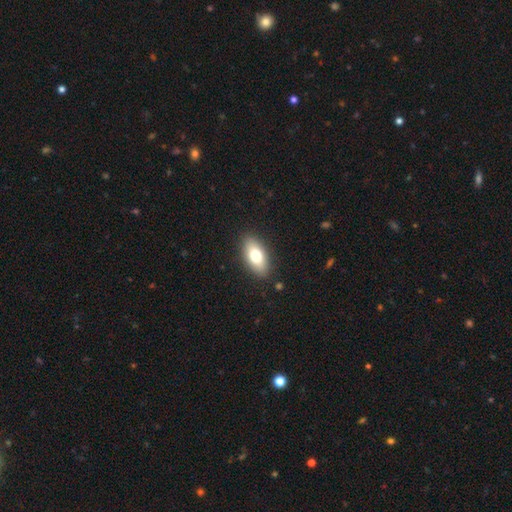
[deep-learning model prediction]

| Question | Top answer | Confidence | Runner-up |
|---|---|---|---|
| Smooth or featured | smooth | 73% | featured or disk (20%) |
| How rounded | in between | 88% | cigar-shaped (8%) |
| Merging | none | 88% | minor disturbance (9%) |